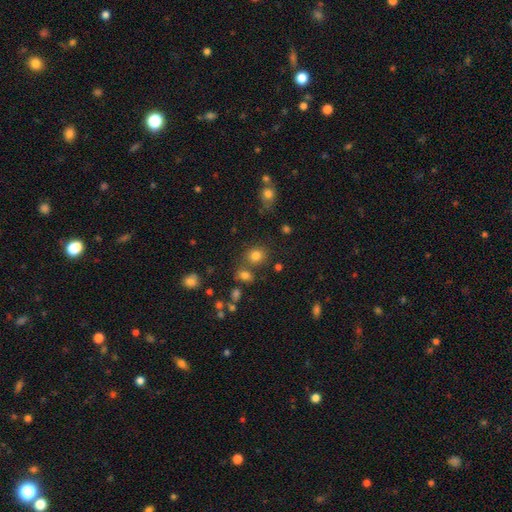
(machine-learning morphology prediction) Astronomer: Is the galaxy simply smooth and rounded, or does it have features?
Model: smooth — 78%.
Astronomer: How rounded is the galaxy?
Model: round — 80%.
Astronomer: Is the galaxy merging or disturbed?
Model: none — 70%.